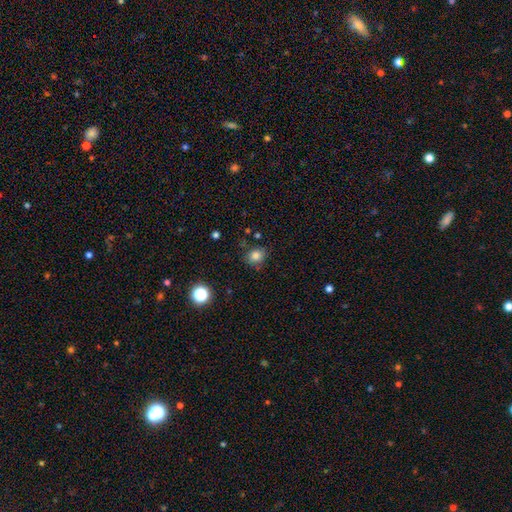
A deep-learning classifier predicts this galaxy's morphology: Overall: smooth (82%). How rounded: round (68%; in between 31%). Merging: none (80%).